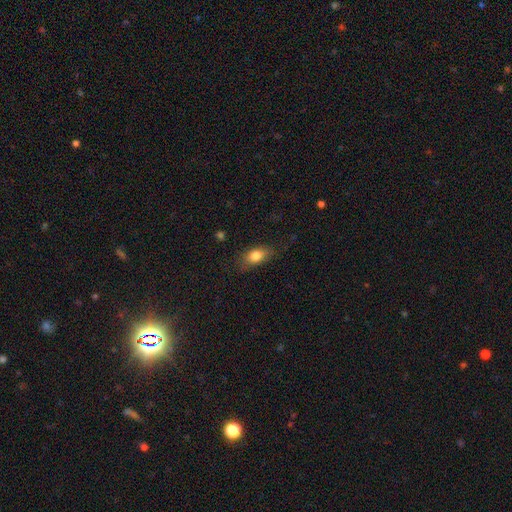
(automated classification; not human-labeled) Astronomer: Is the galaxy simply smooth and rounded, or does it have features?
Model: smooth — 81%.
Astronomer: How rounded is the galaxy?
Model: in between — 81%.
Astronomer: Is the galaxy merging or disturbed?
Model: none — 74%.